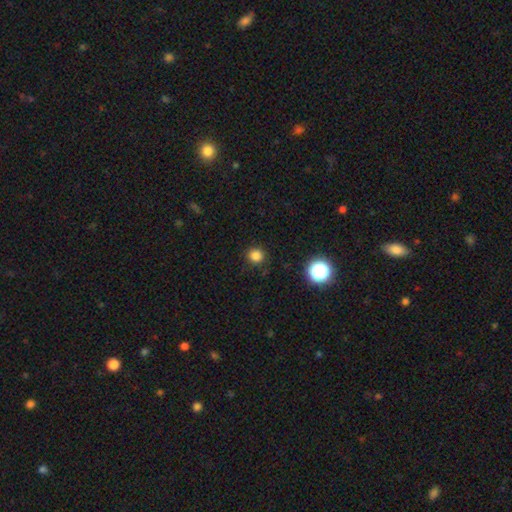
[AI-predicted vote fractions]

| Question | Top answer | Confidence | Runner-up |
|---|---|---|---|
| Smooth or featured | smooth | 82% | star or artifact (15%) |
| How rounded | round | 94% | in between (5%) |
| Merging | none | 90% | minor disturbance (7%) |